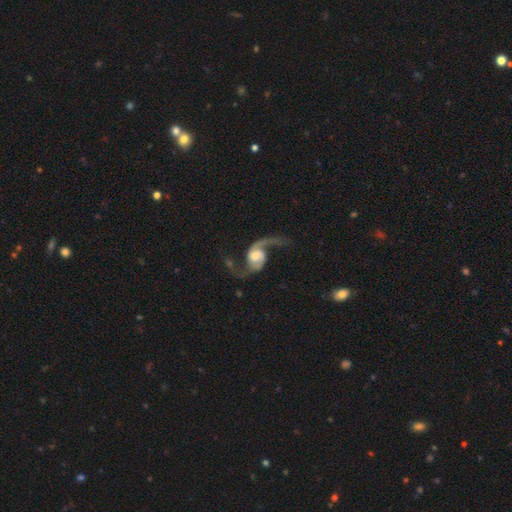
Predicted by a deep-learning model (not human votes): A featured or disk galaxy (90%) with no bar (57%), 2 (92%) loose (78%) spiral arms (97%) and a moderate central bulge (50%).

Vote fractions:
- Smooth or featured? featured or disk: 90% / smooth: 5% / star or artifact: 4%
- Edge-on disk? no: 97% / yes: 3%
- Bar? no: 57% / weak: 32% / strong: 10%
- Spiral arms? yes: 97% / no: 3%
- Spiral winding? loose: 78% / medium: 18% / tight: 4%
- Spiral arm count? 2: 92% / 1: 4% / can't tell: 1% / 3: 1% / 4: 1% / more than 4: 1%
- Bulge size? moderate: 50% / small: 22% / large: 19% / none: 5% / dominant: 4%
- Merging? none: 62% / major disturbance: 19% / minor disturbance: 15% / merger: 4%